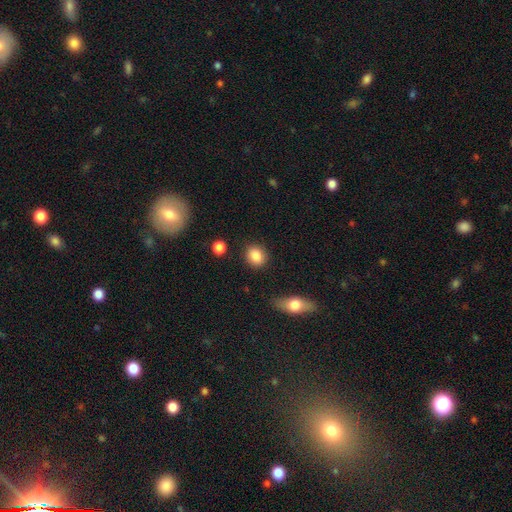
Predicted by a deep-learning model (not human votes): A smooth galaxy with no disk features (86%) that is round (66%). Merging: none (86%).